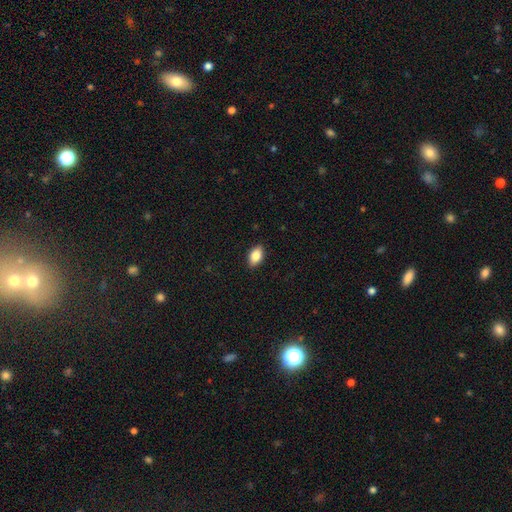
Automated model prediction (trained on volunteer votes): A smooth galaxy with no disk features (85%) that is in between round and cigar-shaped (90%). Merging: none (88%).